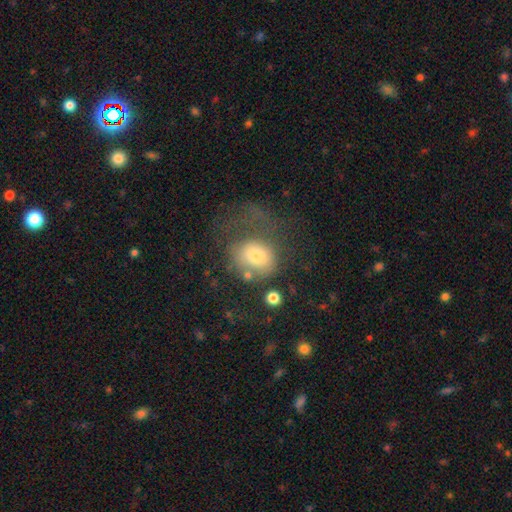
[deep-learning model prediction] A smooth galaxy with no disk features (67%) that is round (55%).

Vote fractions:
- Smooth or featured? smooth: 67% / featured or disk: 23% / star or artifact: 10%
- How rounded? round: 55% / in between: 44% / cigar-shaped: 1%
- Merging? major disturbance: 49% / none: 26% / minor disturbance: 18% / merger: 7%